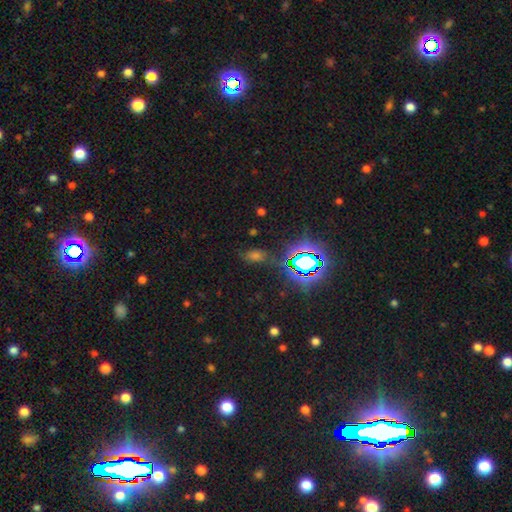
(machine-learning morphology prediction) A star or artifact, not a galaxy (51%).